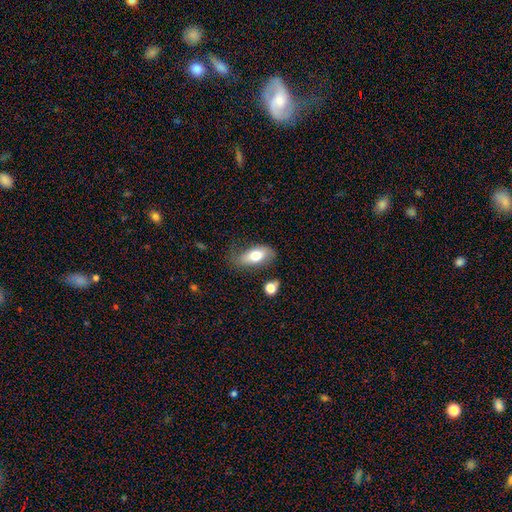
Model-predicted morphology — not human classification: smooth-or-featured: smooth: 70% | featured or disk: 23% | star or artifact: 7%
  how-rounded: in between: 87% | cigar-shaped: 8% | round: 5%
  merging: none: 57% | minor disturbance: 27% | major disturbance: 11% | merger: 4%